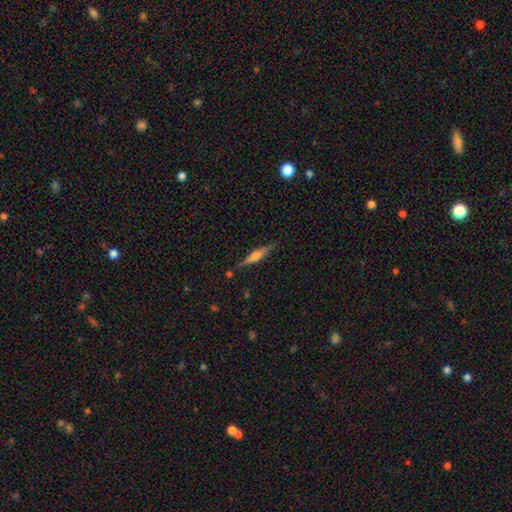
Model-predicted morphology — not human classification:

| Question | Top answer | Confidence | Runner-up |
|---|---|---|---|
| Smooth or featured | featured or disk | 67% | smooth (26%) |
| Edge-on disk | yes | 97% | no (3%) |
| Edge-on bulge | rounded | 83% | boxy (12%) |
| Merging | none | 84% | minor disturbance (11%) |